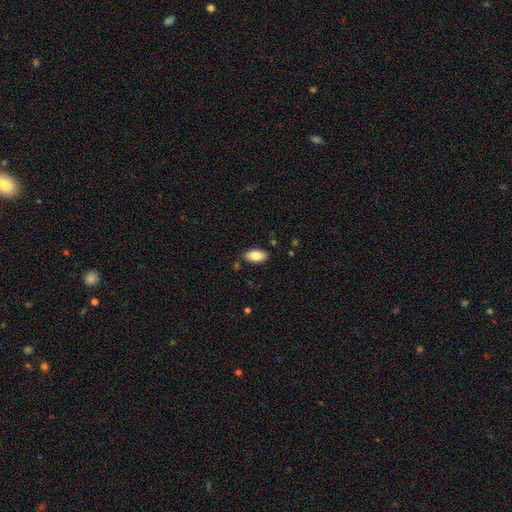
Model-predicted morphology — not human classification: This appears to be a smooth galaxy with no disk features (84%) that is in between round and cigar-shaped (93%). Merging: none (84%).